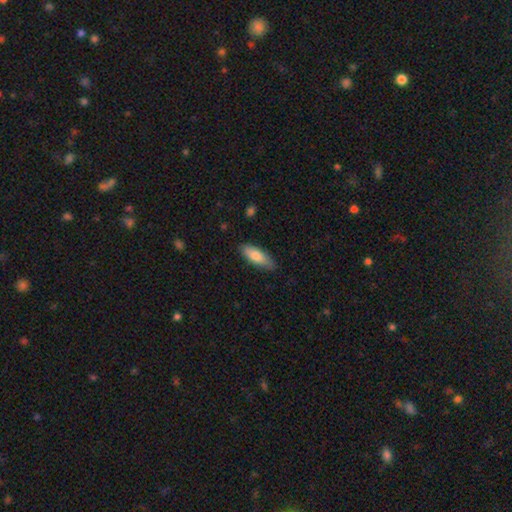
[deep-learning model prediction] Smooth or featured? smooth (79%)
How rounded? in between (67%)
Merging? none (84%)